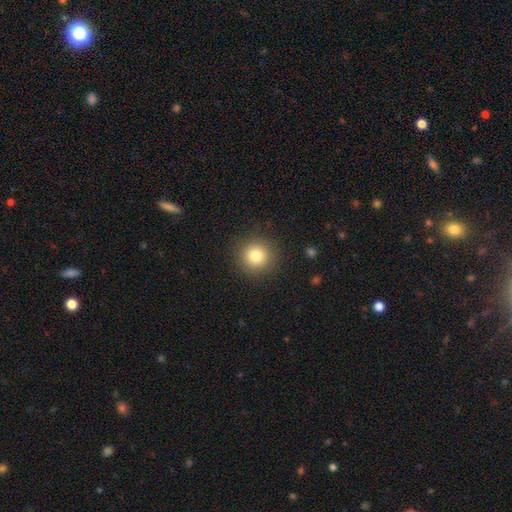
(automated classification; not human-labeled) Morphology: type=smooth (81%); roundness=round (94%); merging=none (90%).